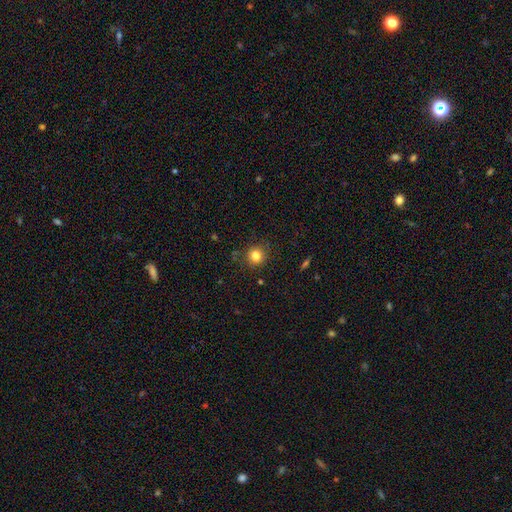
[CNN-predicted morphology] A smooth galaxy with no disk features (82%) that is round (89%).

Vote fractions:
- Smooth or featured? smooth: 82% / star or artifact: 12% / featured or disk: 6%
- How rounded? round: 89% / in between: 10% / cigar-shaped: 1%
- Merging? none: 87% / minor disturbance: 9% / major disturbance: 3% / merger: 2%